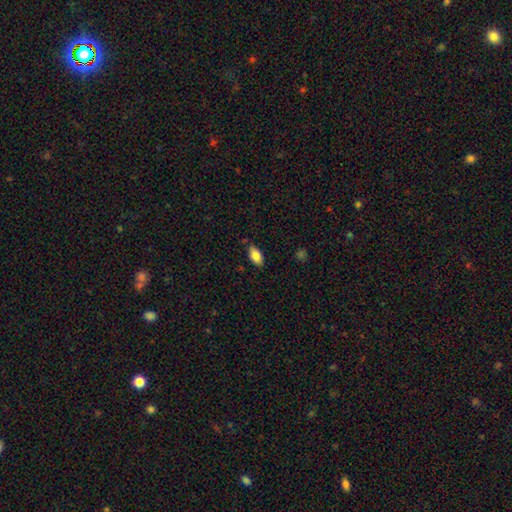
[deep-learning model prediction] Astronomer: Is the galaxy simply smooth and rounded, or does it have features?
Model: smooth — 82%.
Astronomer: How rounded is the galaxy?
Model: in between — 91%.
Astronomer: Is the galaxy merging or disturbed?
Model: none — 83%.